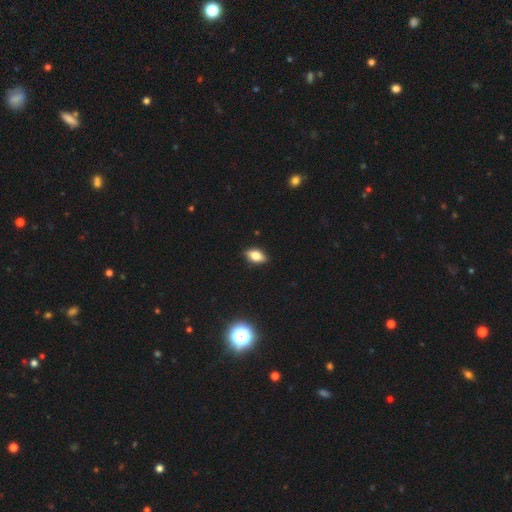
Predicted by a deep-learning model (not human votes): This appears to be a smooth galaxy with no disk features (72%) that is in between round and cigar-shaped (87%). Merging: none (87%).